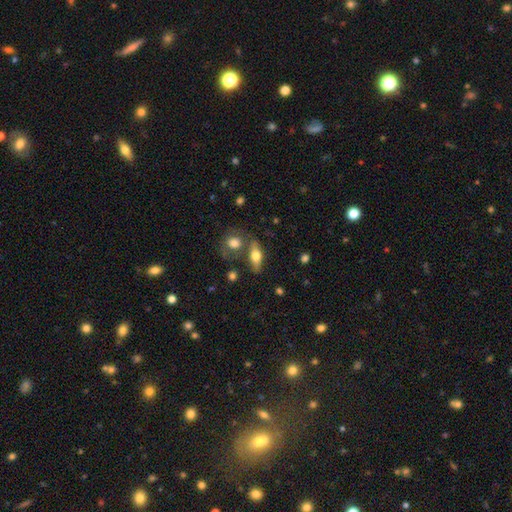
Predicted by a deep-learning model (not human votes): smooth_or_featured: smooth (p=0.54) [alt: featured or disk p=0.38]
how_rounded: in between (p=0.63) [alt: cigar-shaped p=0.29]
merging: none (p=0.60) [alt: merger p=0.21]